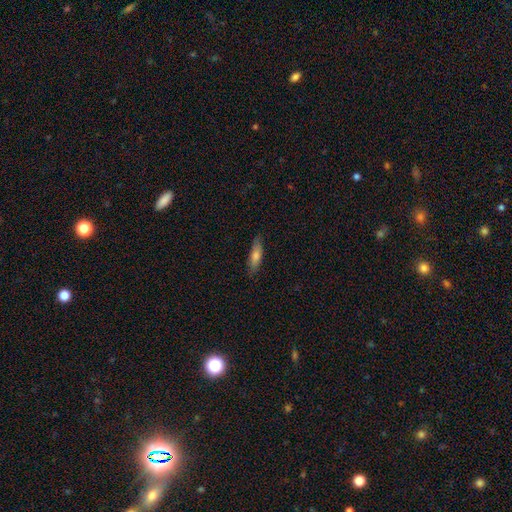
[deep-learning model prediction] A smooth galaxy with no disk features (61%) that is cigar-shaped (69%).

Vote fractions:
- Smooth or featured? smooth: 61% / featured or disk: 31% / star or artifact: 8%
- How rounded? cigar-shaped: 69% / in between: 28% / round: 2%
- Merging? none: 85% / minor disturbance: 12% / major disturbance: 2% / merger: 1%